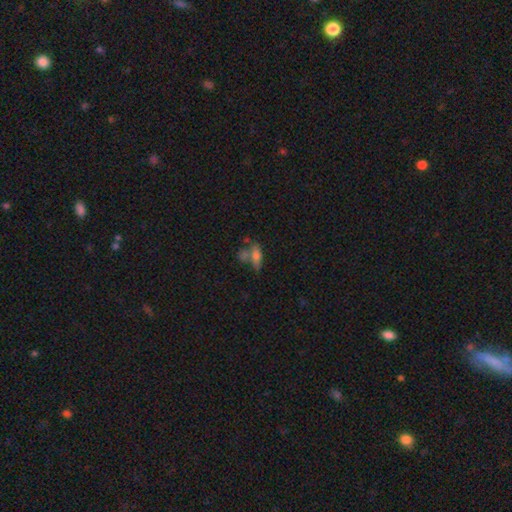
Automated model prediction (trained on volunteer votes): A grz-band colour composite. It shows a smooth galaxy with no disk features (63%) that is in between round and cigar-shaped (62%). Merging: none (44%).